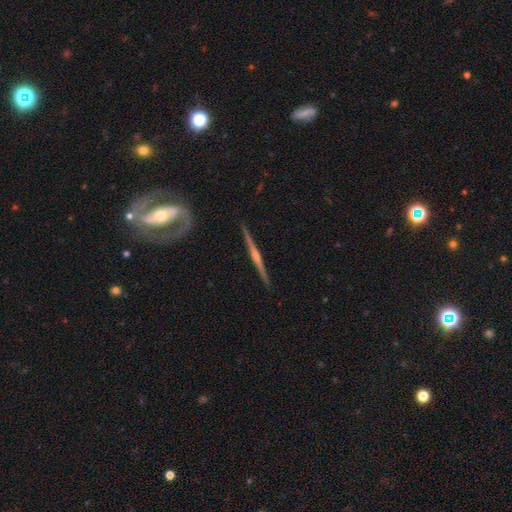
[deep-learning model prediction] Smooth or featured? Predicted: featured or disk (p=0.83). Edge-on disk? Predicted: yes (p=0.97). Edge-on bulge? Predicted: rounded (p=0.69). Merging? Predicted: none (p=0.90).